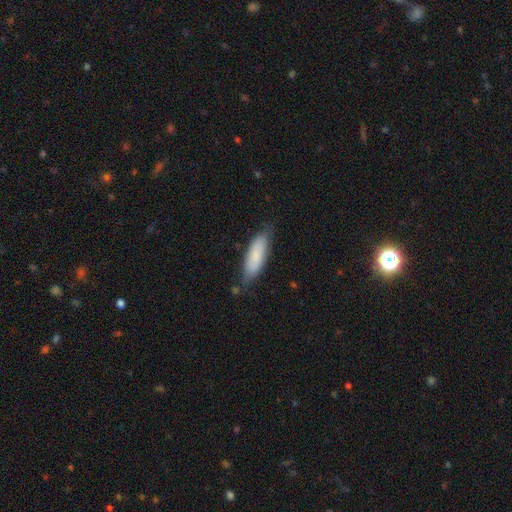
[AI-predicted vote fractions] A smooth galaxy with no disk features (81%) that is in between round and cigar-shaped (54%).

Vote fractions:
- Smooth or featured? smooth: 81% / featured or disk: 13% / star or artifact: 6%
- How rounded? in between: 54% / cigar-shaped: 45% / round: 2%
- Merging? none: 70% / minor disturbance: 23% / major disturbance: 4% / merger: 3%